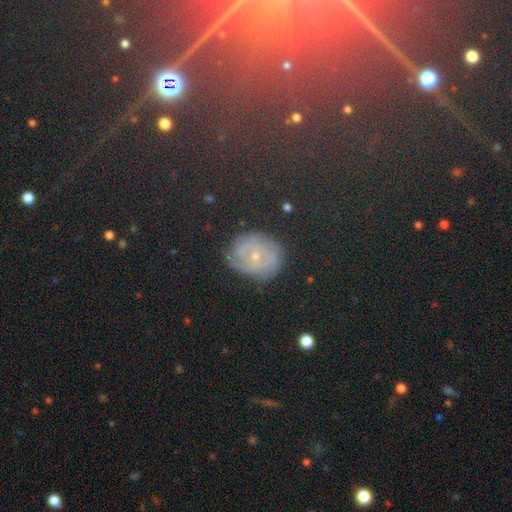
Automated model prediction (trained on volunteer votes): Smooth or featured? featured or disk (40%)
Merging? none (76%)